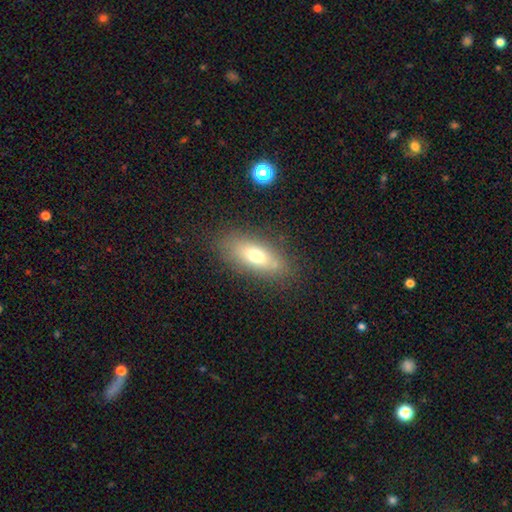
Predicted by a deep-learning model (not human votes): Smooth or featured: smooth — 68% (featured or disk — 23%)
How rounded: in between — 75% (cigar-shaped — 21%)
Merging: none — 81% (minor disturbance — 13%)